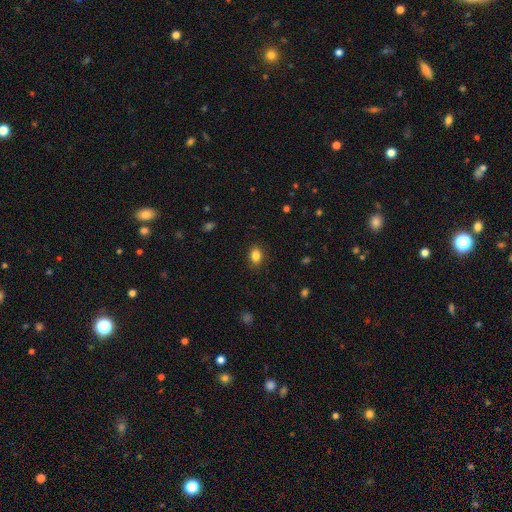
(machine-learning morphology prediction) This appears to be a smooth galaxy with no disk features (85%) that is in between round and cigar-shaped (74%). Merging: none (87%).